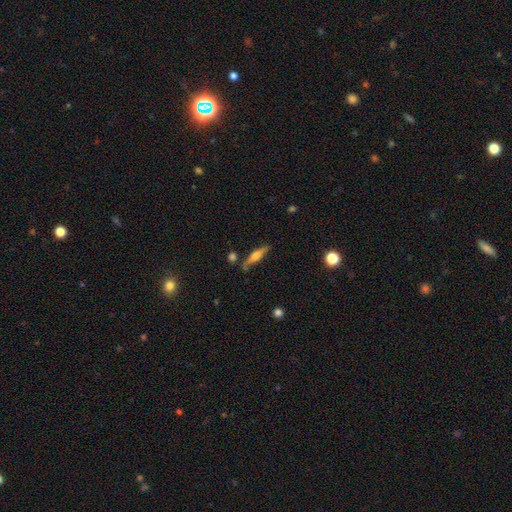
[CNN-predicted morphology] smooth-or-featured: featured or disk: 58% | smooth: 35% | star or artifact: 7%
  disk-edge-on: yes: 95% | no: 5%
    edge-on-bulge: rounded: 86% | boxy: 10% | none: 4%
  merging: none: 78% | minor disturbance: 13% | merger: 6% | major disturbance: 3%